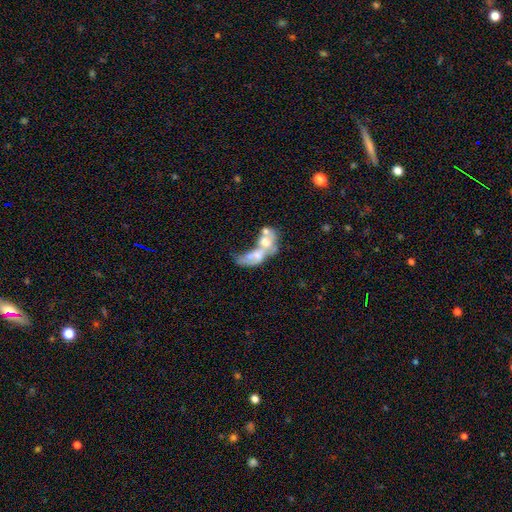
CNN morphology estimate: type=featured or disk (50%); merging=merger (70%).